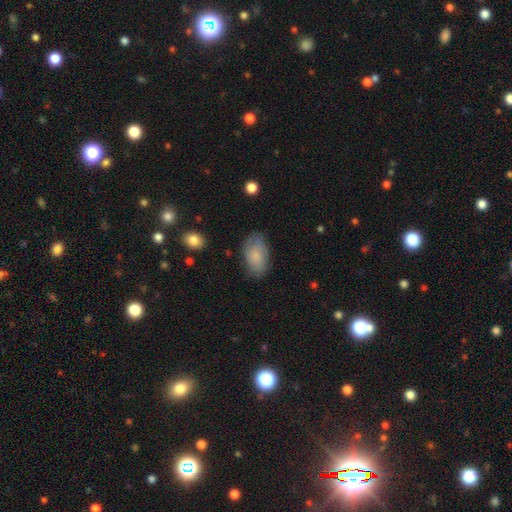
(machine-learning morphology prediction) Overall: smooth (77%). How rounded: in between (93%). Merging: none (74%).